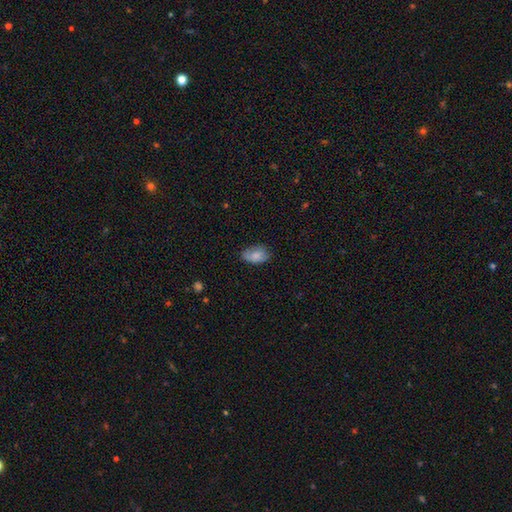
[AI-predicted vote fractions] The model was most divided on "merging": none: 70%, minor disturbance: 25%, major disturbance: 5%, merger: 1%. More confident: how rounded — in between (91%); smooth or featured — smooth (82%).